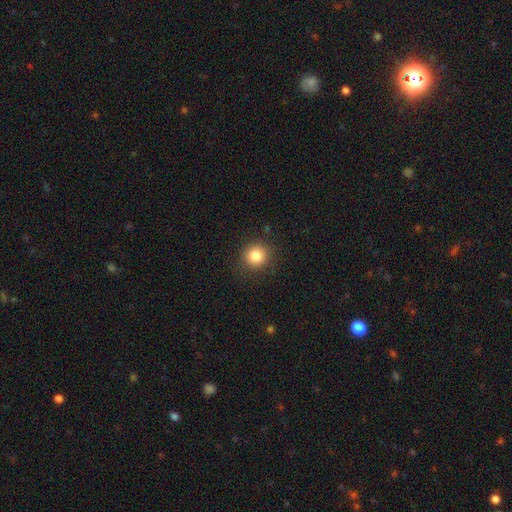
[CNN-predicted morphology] This is clearly a smooth galaxy (82%). How rounded: clearly round (90%). Merging: clearly none (88%).